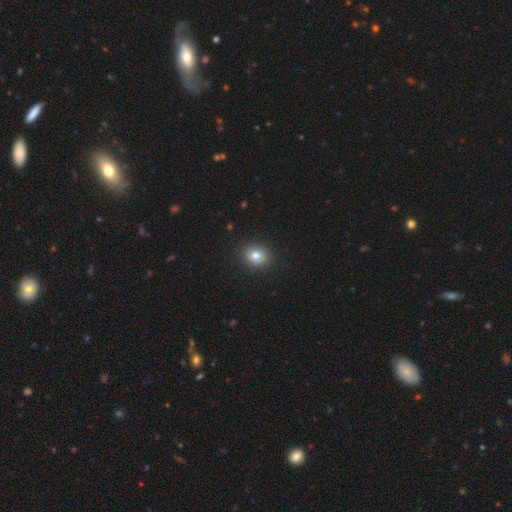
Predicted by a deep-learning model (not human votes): Smooth or featured? smooth (81%)
How rounded? round (68%)
Merging? none (90%)